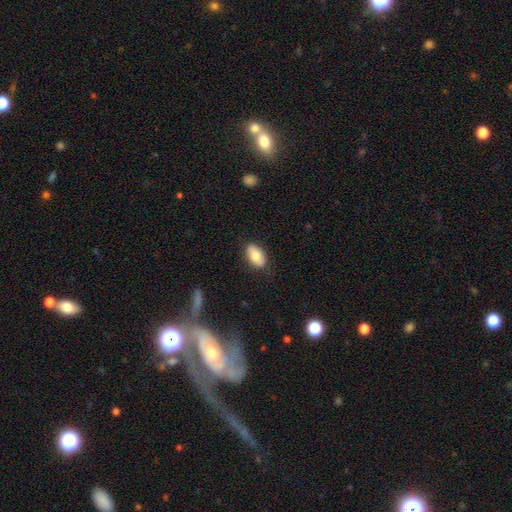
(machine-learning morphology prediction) Smooth or featured? Predicted: smooth (p=0.79). How rounded? Predicted: in between (p=0.93). Merging? Predicted: none (p=0.84).